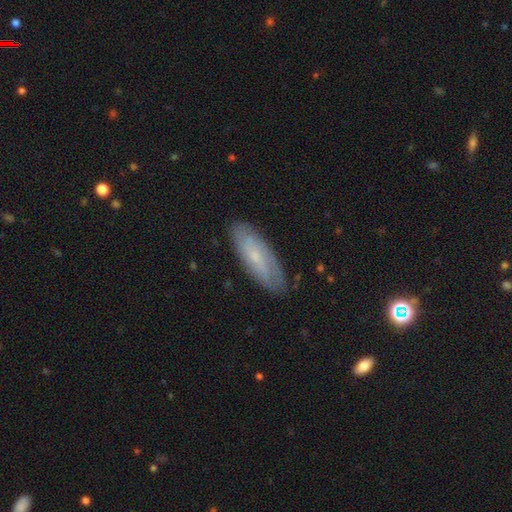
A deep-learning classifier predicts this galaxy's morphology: Smooth or featured? Predicted: featured or disk (p=0.49). Merging? Predicted: none (p=0.81).